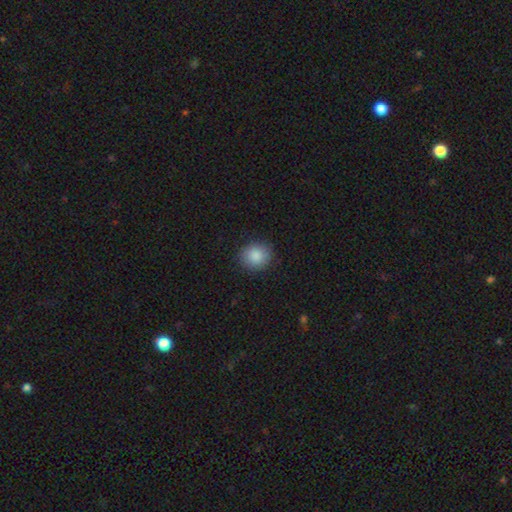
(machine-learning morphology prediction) Smooth or featured?
  - smooth: 87% *
  - star or artifact: 8%
  - featured or disk: 4%
How rounded?
  - round: 82% *
  - in between: 17%
  - cigar-shaped: 1%
Merging?
  - none: 88% *
  - minor disturbance: 9%
  - major disturbance: 2%
  - merger: 1%